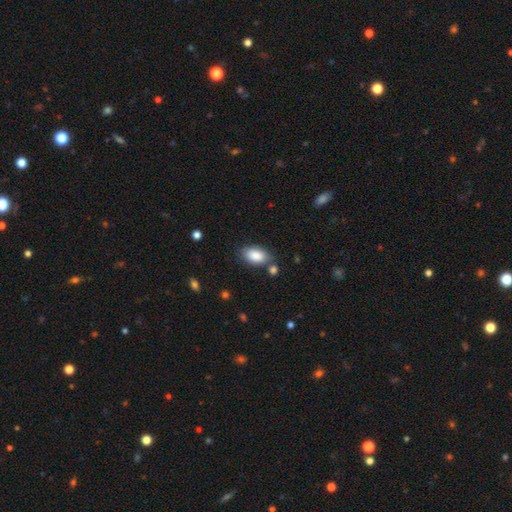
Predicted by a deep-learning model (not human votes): smooth 87%, star or artifact 7%, featured or disk 6%. Down the decision tree: how rounded — in between (93%); merging — none (73%).